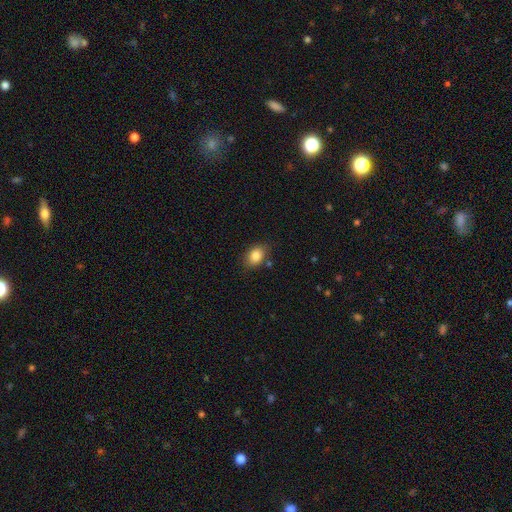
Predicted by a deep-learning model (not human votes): Smooth or featured? smooth (84%)
How rounded? in between (69%)
Merging? none (77%)